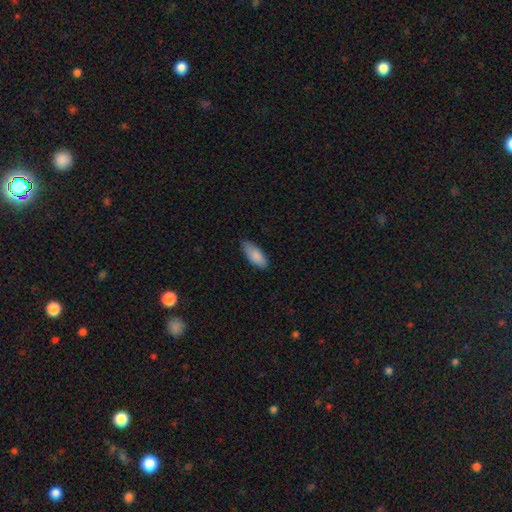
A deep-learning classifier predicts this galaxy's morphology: Smooth or featured: smooth — 88% (featured or disk — 6%)
How rounded: in between — 83% (cigar-shaped — 16%)
Merging: none — 78% (minor disturbance — 18%)